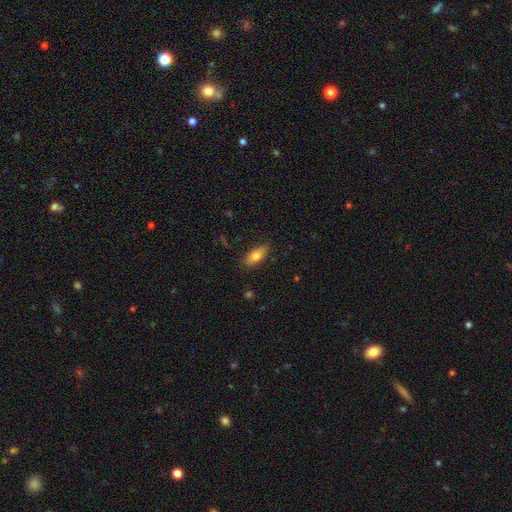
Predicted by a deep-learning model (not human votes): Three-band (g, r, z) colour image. It shows a smooth galaxy with no disk features (78%) that is in between round and cigar-shaped (83%). Merging: none (82%).